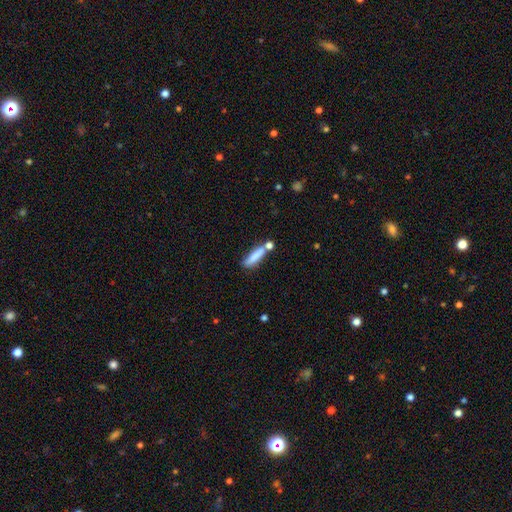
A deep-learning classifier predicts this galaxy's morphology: A smooth galaxy with no disk features (78%) that is cigar-shaped (70%). Merging: none (54%).